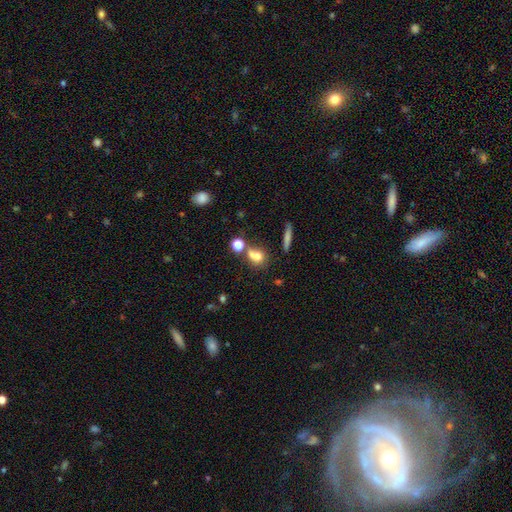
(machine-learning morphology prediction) Q: Smooth or featured?
A: smooth (68%); runner-up: star or artifact (16%)
Q: How rounded?
A: round (57%); runner-up: in between (37%)
Q: Merging?
A: merger (44%); runner-up: none (38%)